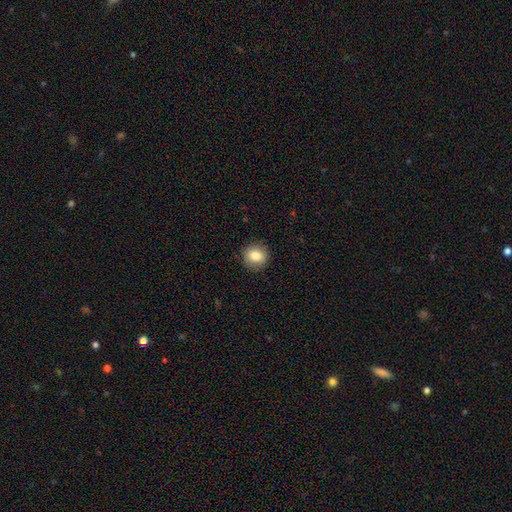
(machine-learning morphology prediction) A smooth galaxy with no disk features (83%) that is round (86%). Merging: none (89%).